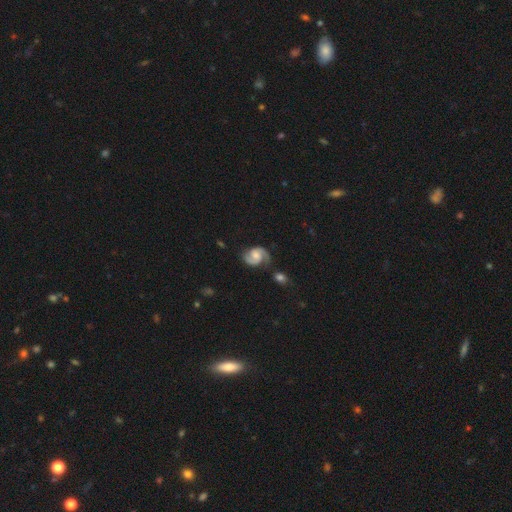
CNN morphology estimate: featured or disk 86%, smooth 8%, star or artifact 6%. Down the decision tree: edge-on disk — no (98%); bar — no (52%); spiral arms — yes (97%); spiral arm count — 2 (92%); spiral winding — medium (56%); bulge size — moderate (47%); merging — none (71%).